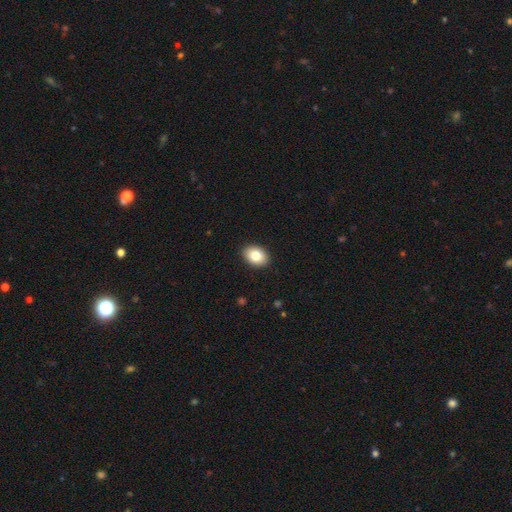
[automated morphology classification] Smooth or featured: smooth — 83% (featured or disk — 9%)
How rounded: in between — 79% (round — 20%)
Merging: none — 90% (minor disturbance — 7%)